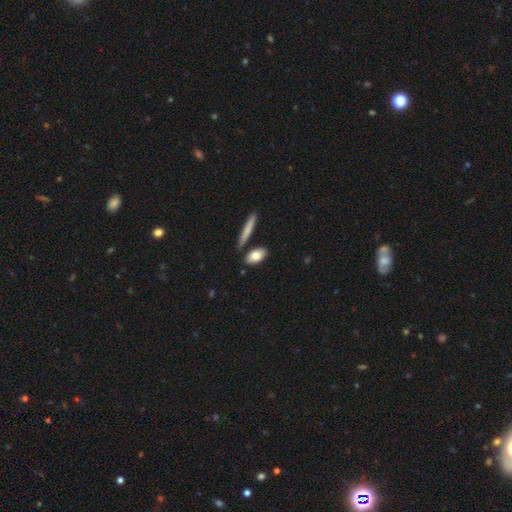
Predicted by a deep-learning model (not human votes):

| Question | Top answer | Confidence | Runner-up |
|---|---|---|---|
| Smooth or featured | smooth | 78% | featured or disk (16%) |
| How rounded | in between | 81% | cigar-shaped (13%) |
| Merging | none | 78% | minor disturbance (11%) |